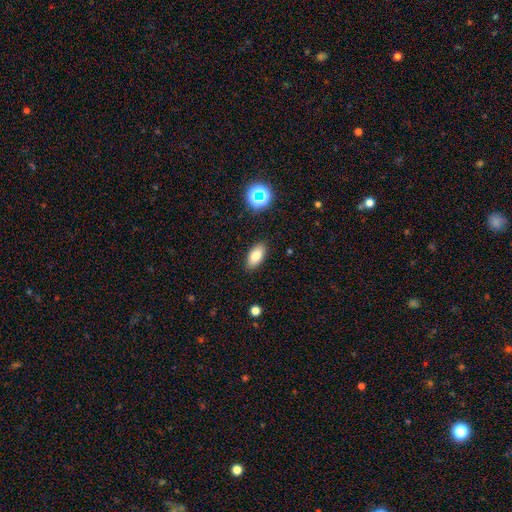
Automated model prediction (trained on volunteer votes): smooth 80%, featured or disk 10%, star or artifact 10%. Down the decision tree: how rounded — in between (90%); merging — none (88%).